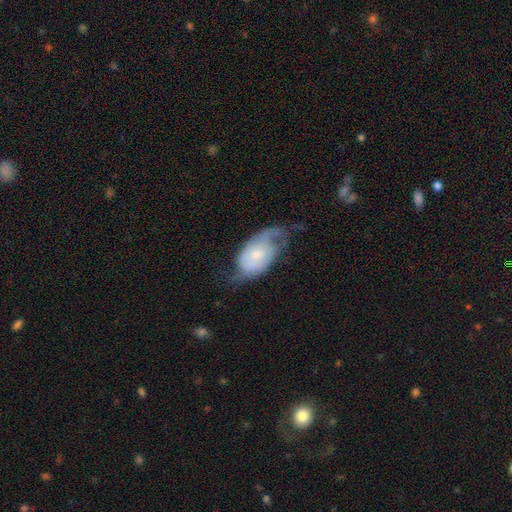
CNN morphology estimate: Smooth or featured? featured or disk (68%)
Edge-on disk? no (95%)
Bar? no (69%)
Spiral arms? yes (88%)
Spiral winding? medium (39%)
Spiral arm count? 2 (74%)
Bulge size? small (46%)
Merging? none (46%)